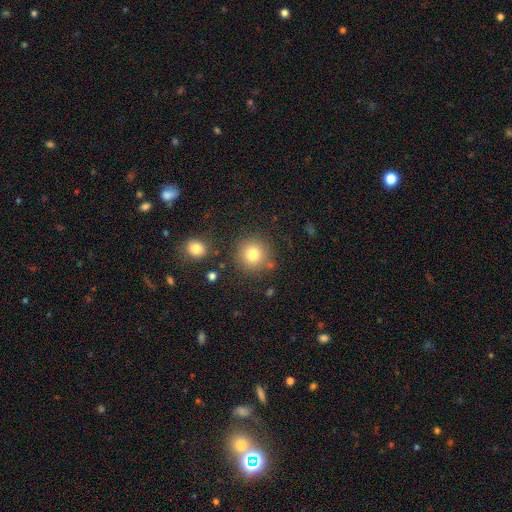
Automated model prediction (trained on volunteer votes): A smooth galaxy with no disk features (65%) that is round (94%). Merging: none (85%).